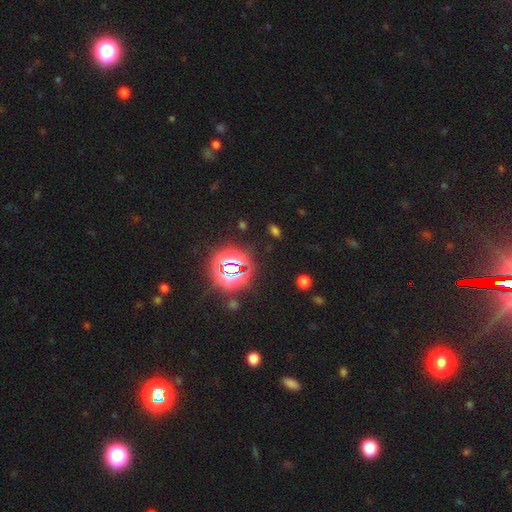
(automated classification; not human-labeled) Smooth or featured? star or artifact (82%)